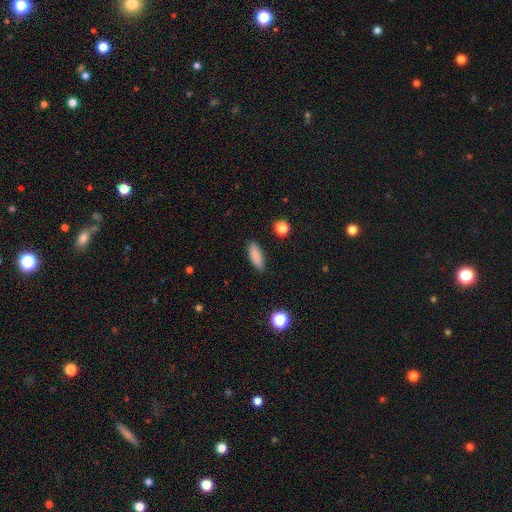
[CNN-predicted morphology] Q: Smooth or featured?
A: smooth (87%); runner-up: star or artifact (7%)
Q: How rounded?
A: in between (65%); runner-up: cigar-shaped (33%)
Q: Merging?
A: none (88%); runner-up: minor disturbance (9%)